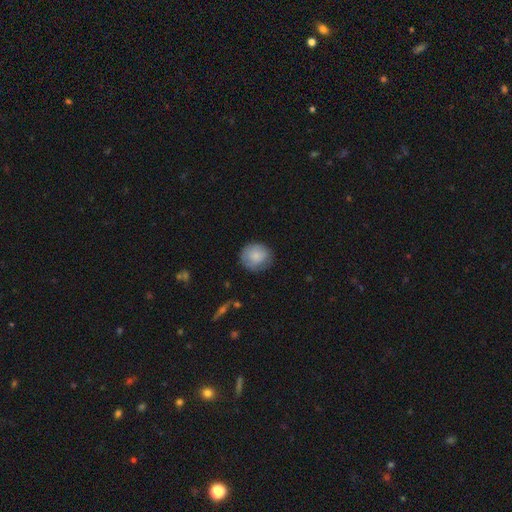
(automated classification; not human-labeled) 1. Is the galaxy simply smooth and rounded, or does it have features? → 80% smooth, 13% featured or disk, 7% star or artifact.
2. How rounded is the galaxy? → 87% round, 12% in between, 1% cigar-shaped.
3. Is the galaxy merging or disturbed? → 77% none, 18% minor disturbance, 4% major disturbance, 1% merger.